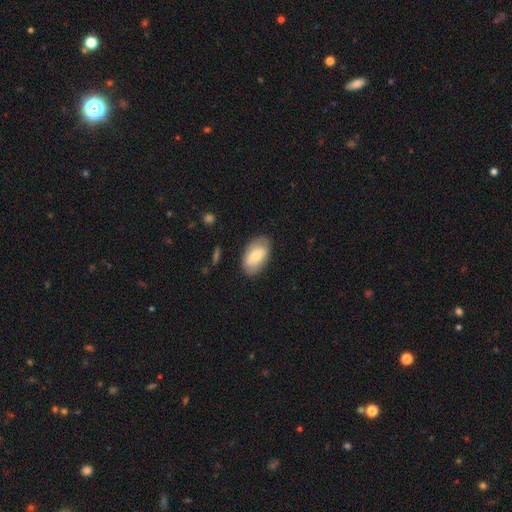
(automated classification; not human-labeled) Smooth or featured? Predicted: smooth (p=0.65). How rounded? Predicted: in between (p=0.93). Merging? Predicted: none (p=0.80).